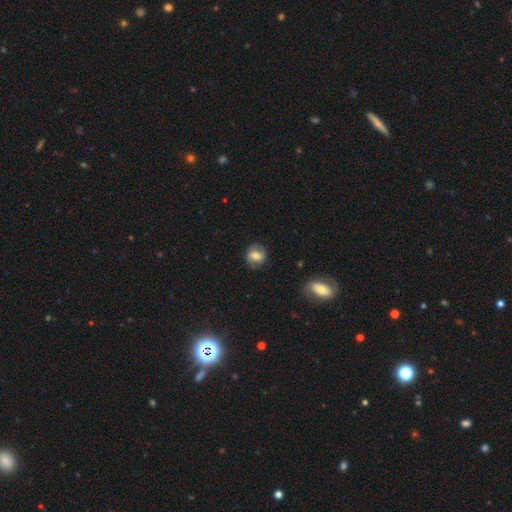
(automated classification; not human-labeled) Q: Smooth or featured?
A: smooth (54%); runner-up: featured or disk (37%)
Q: How rounded?
A: round (69%); runner-up: in between (29%)
Q: Merging?
A: none (78%); runner-up: minor disturbance (16%)